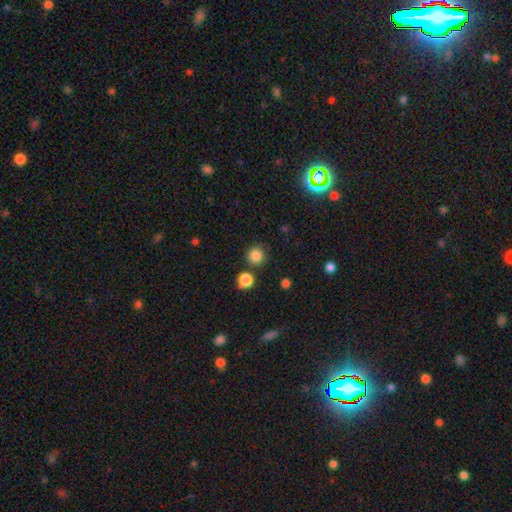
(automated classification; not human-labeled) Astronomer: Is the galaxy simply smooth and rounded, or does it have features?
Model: smooth — 84%.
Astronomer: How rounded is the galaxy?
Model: round — 95%.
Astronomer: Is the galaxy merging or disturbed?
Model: none — 85%.